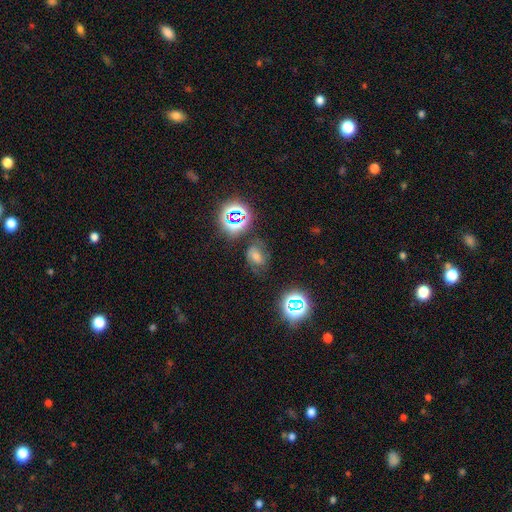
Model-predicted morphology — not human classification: A star or artifact, not a galaxy (40%).